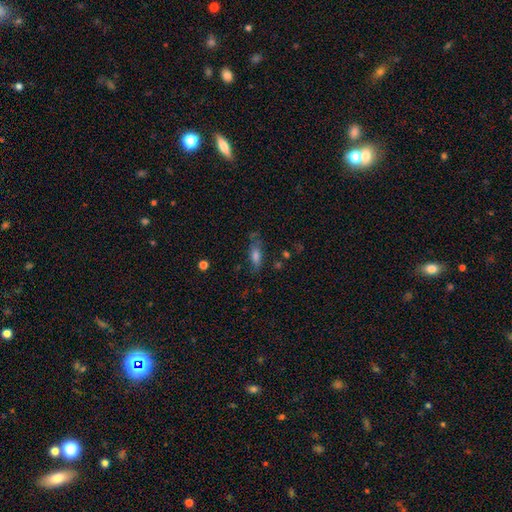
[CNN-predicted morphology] Q: Smooth or featured?
A: smooth (60%); runner-up: featured or disk (26%)
Q: How rounded?
A: in between (61%); runner-up: cigar-shaped (35%)
Q: Merging?
A: none (57%); runner-up: minor disturbance (24%)